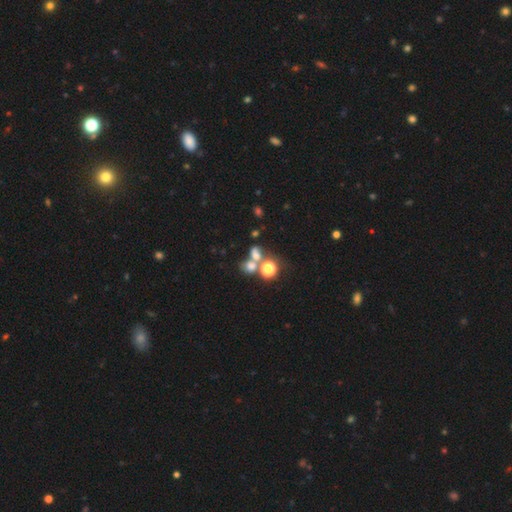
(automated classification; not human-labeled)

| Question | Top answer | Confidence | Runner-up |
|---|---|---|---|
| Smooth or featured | smooth | 61% | star or artifact (24%) |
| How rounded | round | 59% | in between (39%) |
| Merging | merger | 47% | none (37%) |